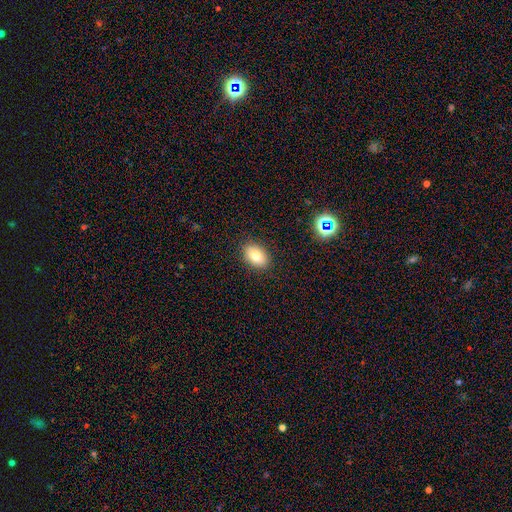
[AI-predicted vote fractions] Overall: smooth (78%). How rounded: in between (82%). Merging: none (88%).